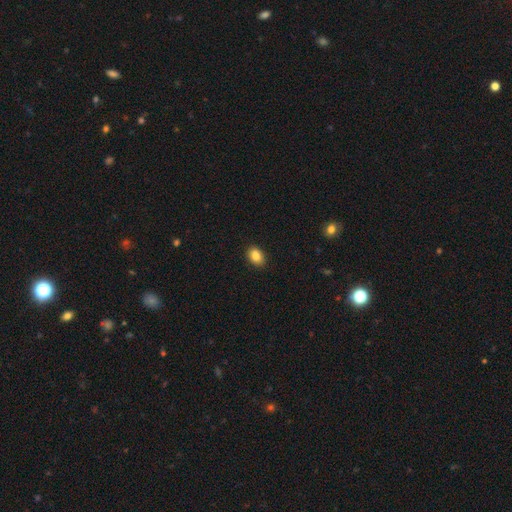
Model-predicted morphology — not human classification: A smooth galaxy with no disk features (86%) that is in between round and cigar-shaped (78%).

Vote fractions:
- Smooth or featured? smooth: 86% / star or artifact: 9% / featured or disk: 5%
- How rounded? in between: 78% / round: 21% / cigar-shaped: 1%
- Merging? none: 88% / minor disturbance: 9% / major disturbance: 2% / merger: 1%